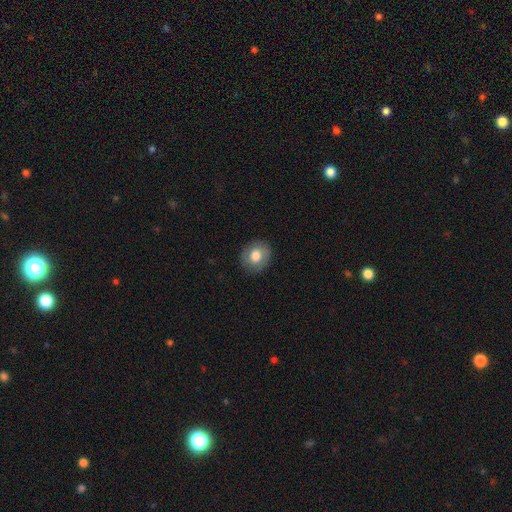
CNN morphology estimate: A smooth galaxy with no disk features (72%) that is round (72%). Merging: none (86%).